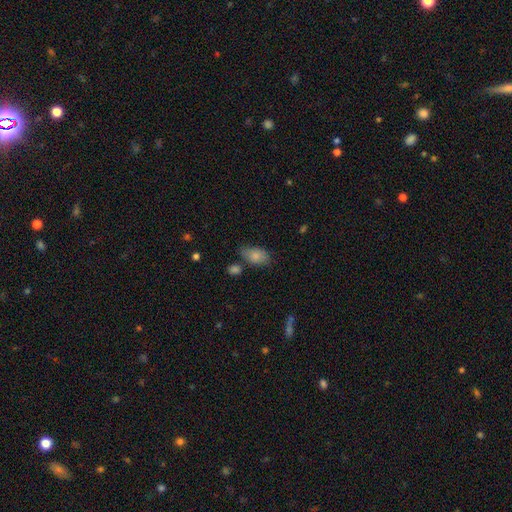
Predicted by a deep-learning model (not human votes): Morphology: type=smooth (84%); roundness=in between (89%); merging=none (61%).